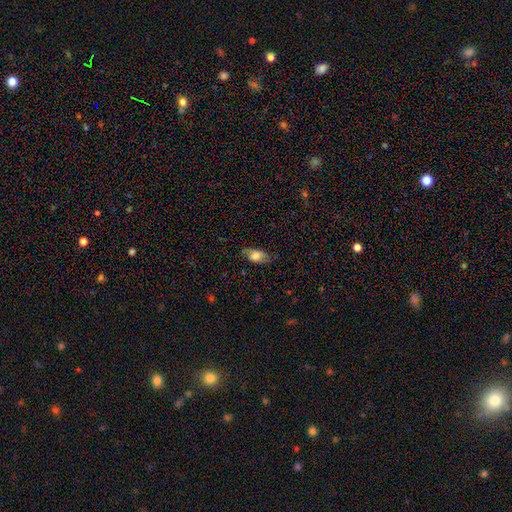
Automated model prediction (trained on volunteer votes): smooth-or-featured: smooth: 66% | featured or disk: 25% | star or artifact: 8%
  how-rounded: in between: 87% | round: 7% | cigar-shaped: 7%
  merging: none: 68% | minor disturbance: 23% | major disturbance: 8% | merger: 1%